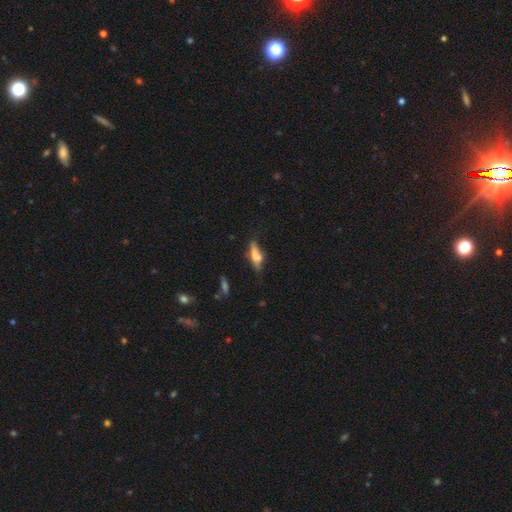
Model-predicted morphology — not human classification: smooth-or-featured: smooth: 57% | featured or disk: 34% | star or artifact: 9%
  how-rounded: cigar-shaped: 53% | in between: 44% | round: 3%
  merging: none: 52% | minor disturbance: 27% | major disturbance: 11% | merger: 10%